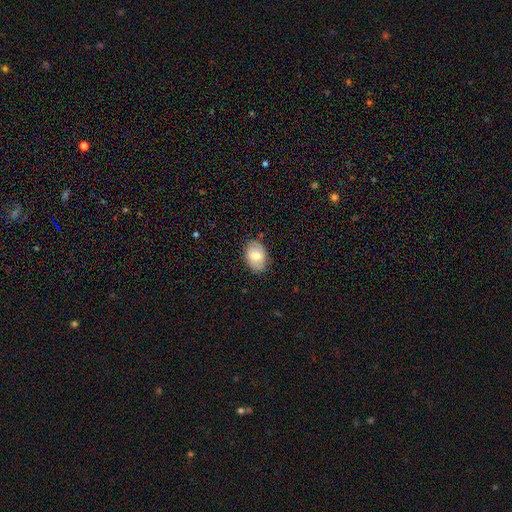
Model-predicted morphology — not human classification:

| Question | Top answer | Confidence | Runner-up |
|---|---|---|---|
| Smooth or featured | smooth | 70% | featured or disk (23%) |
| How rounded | in between | 82% | round (17%) |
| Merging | none | 81% | minor disturbance (15%) |